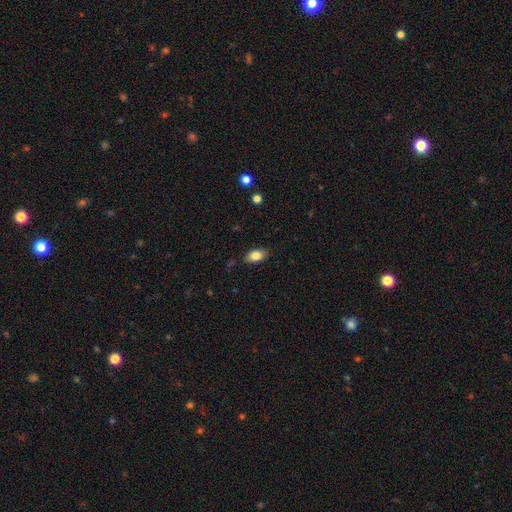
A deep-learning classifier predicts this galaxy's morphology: Smooth or featured?
  - smooth: 83% *
  - featured or disk: 9%
  - star or artifact: 8%
How rounded?
  - in between: 89% *
  - round: 8%
  - cigar-shaped: 2%
Merging?
  - none: 84% *
  - minor disturbance: 13%
  - major disturbance: 3%
  - merger: 1%